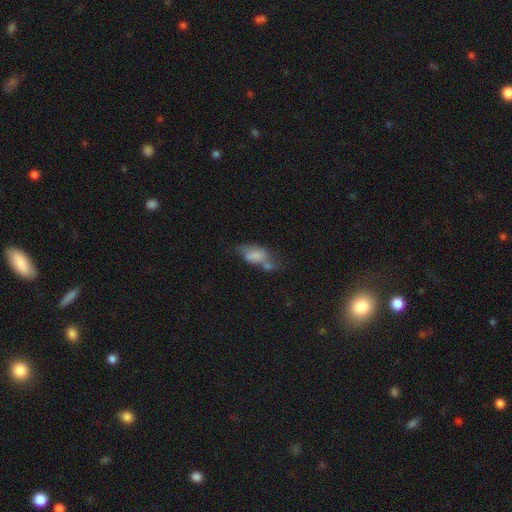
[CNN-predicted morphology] smooth_or_featured: smooth (p=0.67) [alt: featured or disk p=0.23]
how_rounded: in between (p=0.87) [alt: round p=0.07]
merging: merger (p=0.36) [alt: none p=0.26]